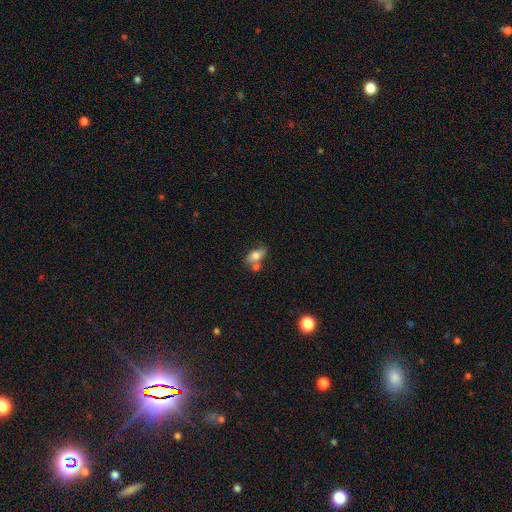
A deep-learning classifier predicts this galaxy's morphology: Smooth or featured? Predicted: smooth (p=0.69). How rounded? Predicted: in between (p=0.83). Merging? Predicted: none (p=0.48).